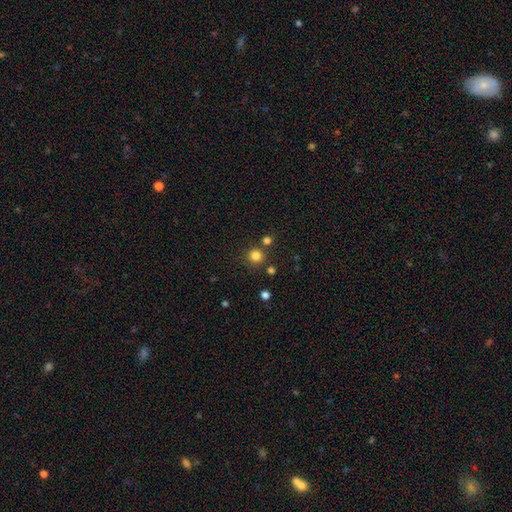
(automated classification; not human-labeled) smooth_or_featured: smooth (p=0.81) [alt: star or artifact p=0.15]
how_rounded: round (p=0.93) [alt: in between p=0.06]
merging: none (p=0.81) [alt: merger p=0.09]